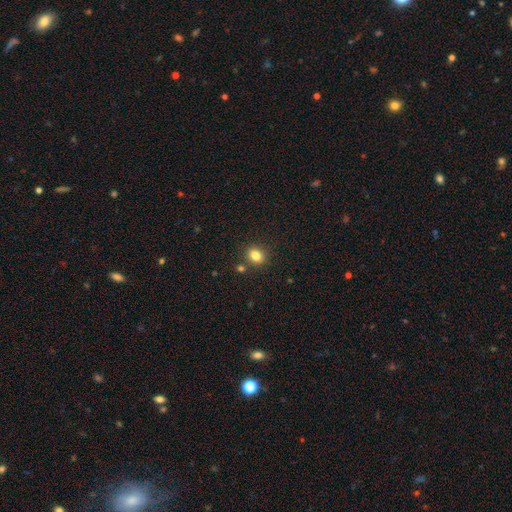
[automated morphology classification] A smooth galaxy with no disk features (82%) that is round (59%). Merging: none (82%).